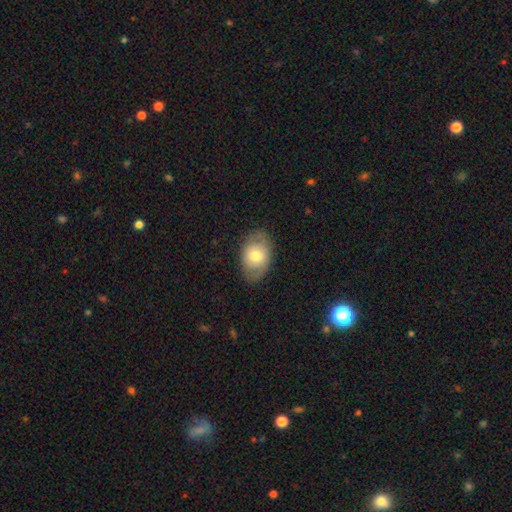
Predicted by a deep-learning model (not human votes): This appears to be a smooth galaxy with no disk features (64%) that is in between round and cigar-shaped (80%). Merging: none (76%).